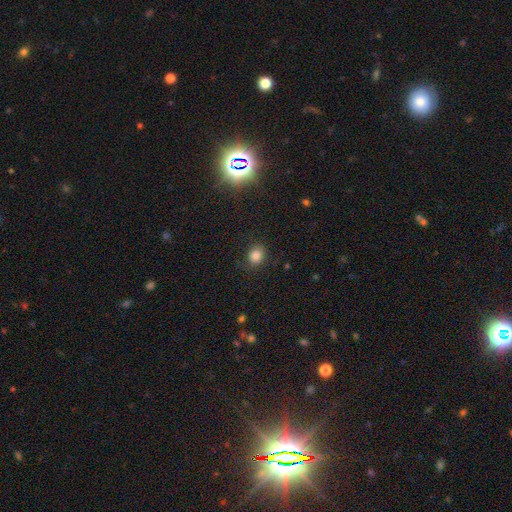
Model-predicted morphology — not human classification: Q: Smooth or featured?
A: smooth (82%); runner-up: star or artifact (12%)
Q: How rounded?
A: round (55%); runner-up: in between (43%)
Q: Merging?
A: none (85%); runner-up: minor disturbance (11%)